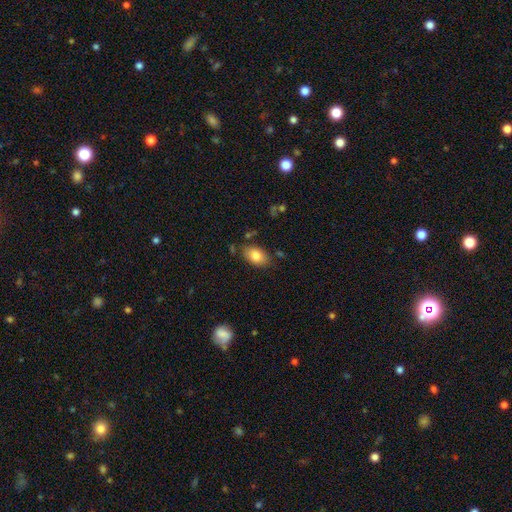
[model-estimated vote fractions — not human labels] Q: Smooth or featured?
A: smooth (82%); runner-up: featured or disk (11%)
Q: How rounded?
A: in between (90%); runner-up: round (9%)
Q: Merging?
A: none (79%); runner-up: minor disturbance (15%)